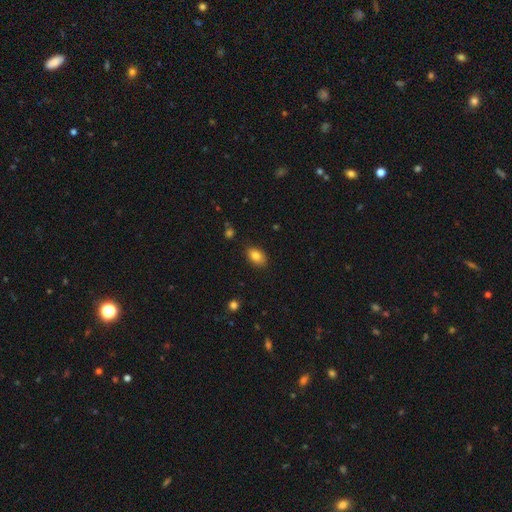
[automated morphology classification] Smooth or featured: smooth — 83% (star or artifact — 9%)
How rounded: in between — 87% (round — 11%)
Merging: none — 85% (minor disturbance — 11%)